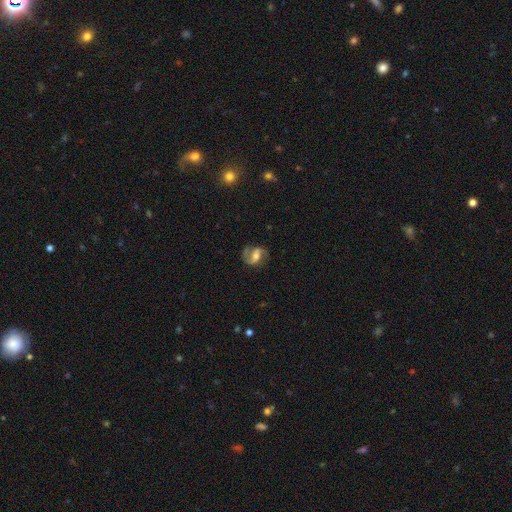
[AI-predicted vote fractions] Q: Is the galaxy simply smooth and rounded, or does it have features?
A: featured or disk — 81%.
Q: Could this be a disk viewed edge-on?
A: no — 97%.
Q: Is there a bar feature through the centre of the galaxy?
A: weak — 43%.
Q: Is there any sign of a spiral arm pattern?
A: yes — 94%.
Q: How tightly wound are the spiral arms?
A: medium — 48%.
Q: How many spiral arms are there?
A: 2 — 86%.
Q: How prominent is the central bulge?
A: moderate — 61%.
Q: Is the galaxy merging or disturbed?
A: none — 71%.